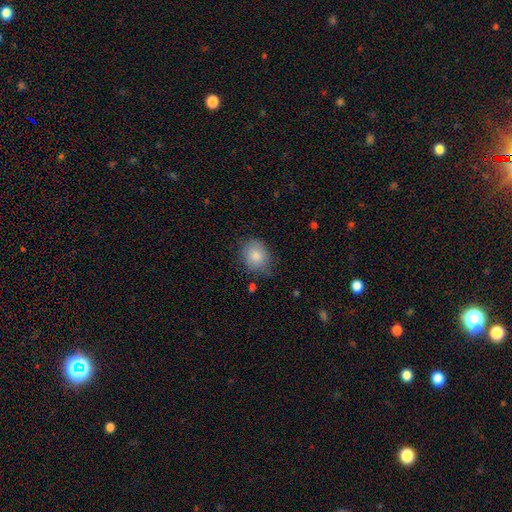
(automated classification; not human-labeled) smooth-or-featured: smooth: 84% | featured or disk: 8% | star or artifact: 8%
  how-rounded: round: 62% | in between: 37% | cigar-shaped: 1%
  merging: none: 69% | minor disturbance: 24% | major disturbance: 5% | merger: 2%